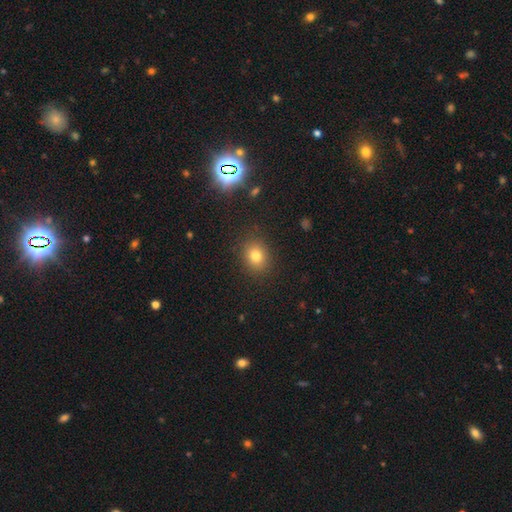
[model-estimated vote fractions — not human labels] A smooth galaxy with no disk features (78%) that is round (63%).

Vote fractions:
- Smooth or featured? smooth: 78% / star or artifact: 14% / featured or disk: 8%
- How rounded? round: 63% / in between: 36% / cigar-shaped: 1%
- Merging? none: 88% / minor disturbance: 8% / major disturbance: 3% / merger: 1%